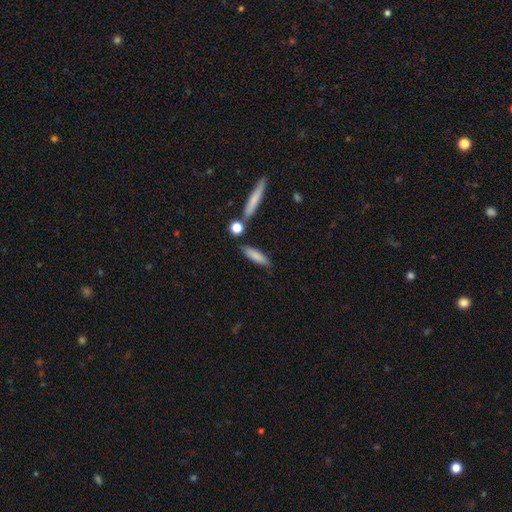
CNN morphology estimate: A smooth galaxy with no disk features (80%) that is cigar-shaped (69%).

Vote fractions:
- Smooth or featured? smooth: 80% / featured or disk: 13% / star or artifact: 6%
- How rounded? cigar-shaped: 69% / in between: 29% / round: 3%
- Merging? none: 75% / minor disturbance: 13% / merger: 9% / major disturbance: 3%